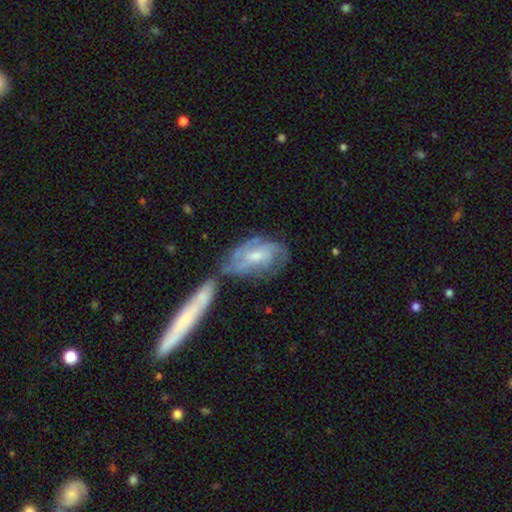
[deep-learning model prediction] A featured or disk galaxy (71%) with no bar (48%), tight (48%) spiral arms (86%) and a small central bulge (46%).

Vote fractions:
- Smooth or featured? featured or disk: 71% / smooth: 23% / star or artifact: 6%
- Edge-on disk? no: 93% / yes: 7%
- Bar? no: 48% / weak: 43% / strong: 9%
- Spiral arms? yes: 86% / no: 14%
- Spiral winding? tight: 48% / medium: 39% / loose: 13%
- Spiral arm count? can't tell: 42% / 3: 21% / 2: 21% / 4: 8% / 1: 4% / more than 4: 4%
- Bulge size? small: 46% / moderate: 43% / none: 6% / large: 4% / dominant: 1%
- Merging? none: 41% / merger: 26% / minor disturbance: 20% / major disturbance: 13%